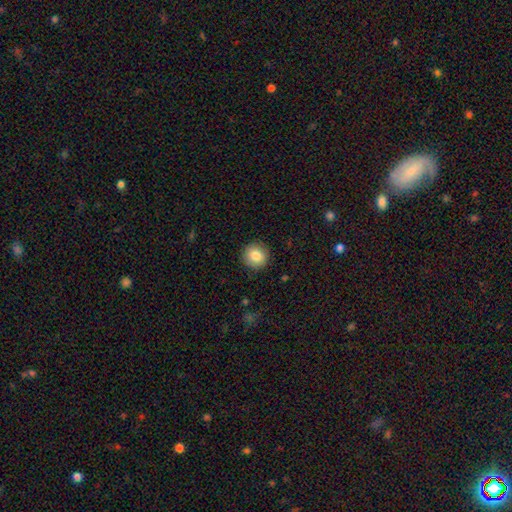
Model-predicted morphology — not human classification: Smooth or featured?
  - smooth: 85% *
  - star or artifact: 8%
  - featured or disk: 7%
How rounded?
  - round: 94% *
  - in between: 5%
  - cigar-shaped: 1%
Merging?
  - none: 91% *
  - minor disturbance: 6%
  - major disturbance: 2%
  - merger: 1%